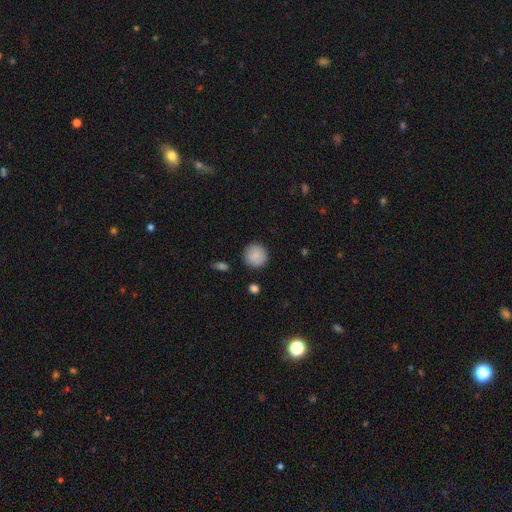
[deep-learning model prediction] Overall: smooth (86%). How rounded: round (94%). Merging: none (88%).